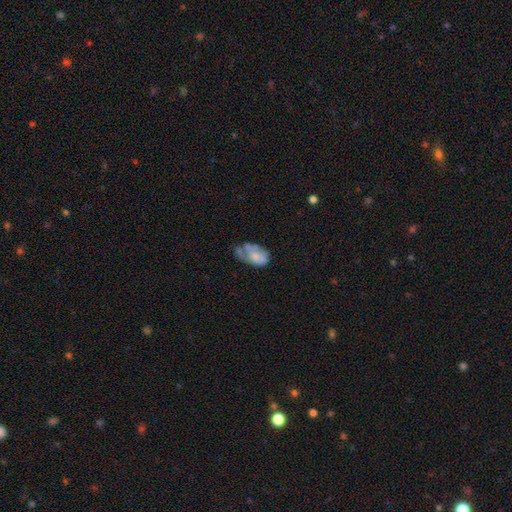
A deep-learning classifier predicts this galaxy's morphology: smooth 55%, featured or disk 36%, star or artifact 8%. Down the decision tree: how rounded — in between (90%); merging — minor disturbance (33%).